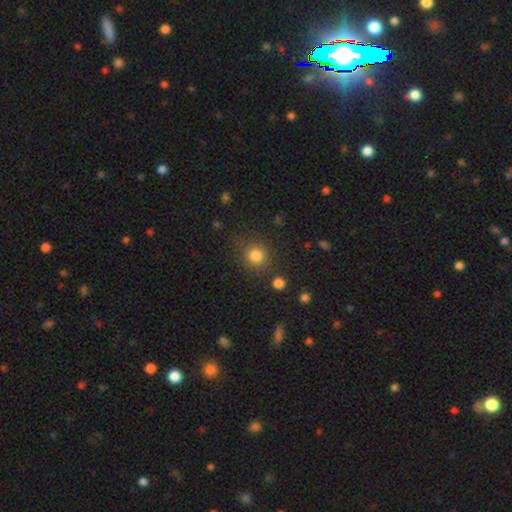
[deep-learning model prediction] Overall: smooth (82%). How rounded: round (89%). Merging: none (81%).